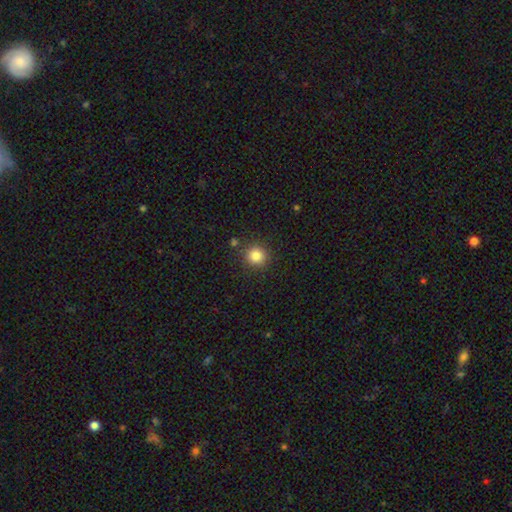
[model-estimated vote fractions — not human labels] Smooth or featured? smooth (83%)
How rounded? round (93%)
Merging? none (86%)